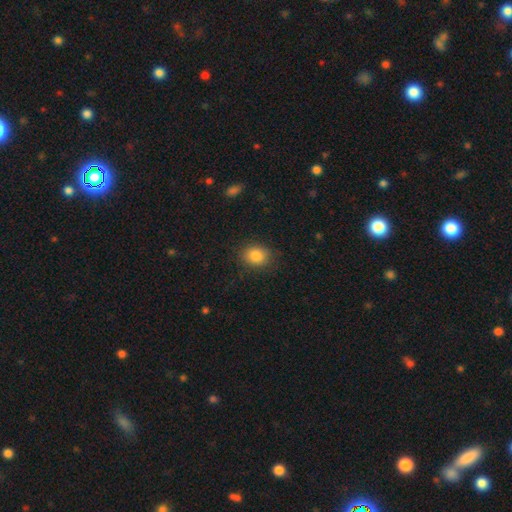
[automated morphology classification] smooth_or_featured: smooth (p=0.84) [alt: star or artifact p=0.10]
how_rounded: round (p=0.59) [alt: in between p=0.40]
merging: none (p=0.85) [alt: minor disturbance p=0.11]